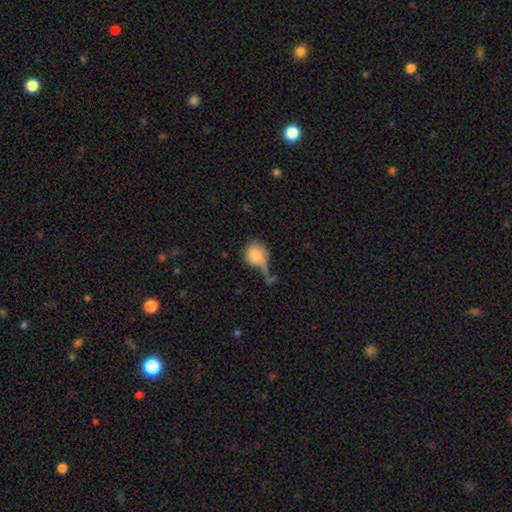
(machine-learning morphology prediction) Smooth or featured: smooth — 75% (featured or disk — 17%)
How rounded: round — 73% (in between — 25%)
Merging: major disturbance — 39% (none — 24%)